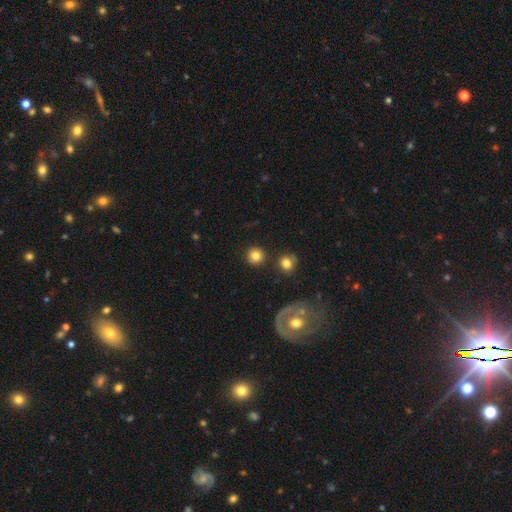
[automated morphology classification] type=smooth (82%); roundness=round (93%); merging=none (87%).